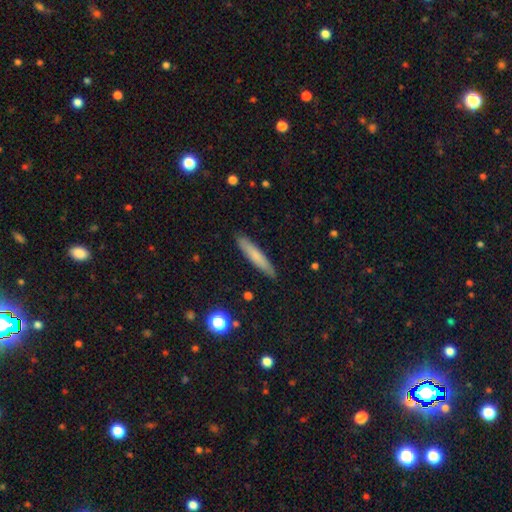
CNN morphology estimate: Overall: smooth (72%). How rounded: cigar-shaped (92%). Merging: none (90%).